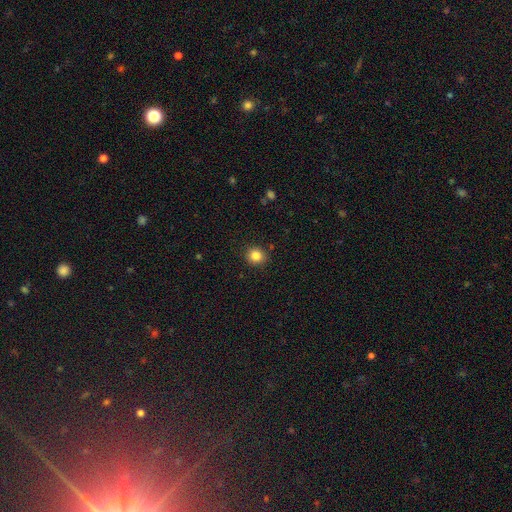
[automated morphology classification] Q: Smooth or featured?
A: smooth (84%); runner-up: star or artifact (11%)
Q: How rounded?
A: round (85%); runner-up: in between (14%)
Q: Merging?
A: none (90%); runner-up: minor disturbance (7%)